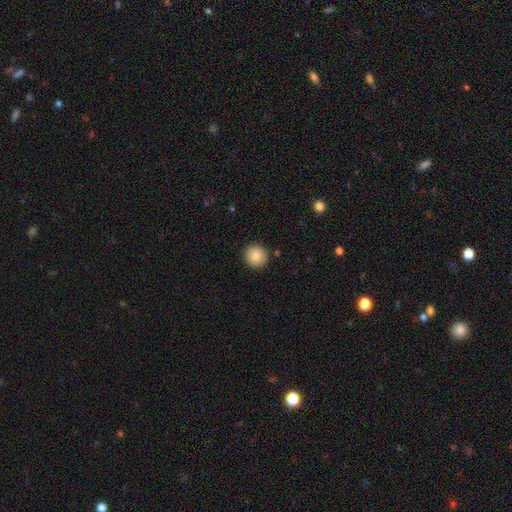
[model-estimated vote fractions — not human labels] Morphology: type=smooth (83%); roundness=round (94%); merging=none (92%).